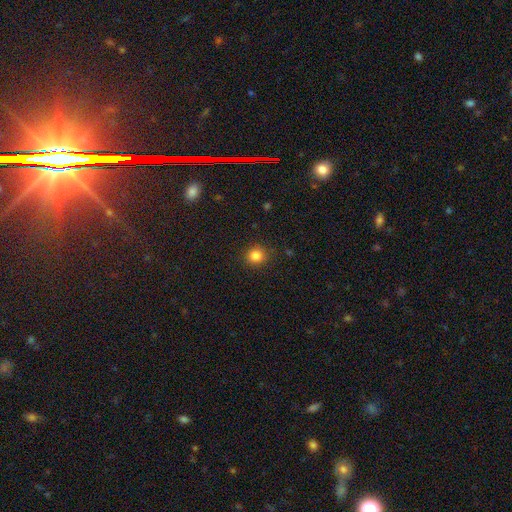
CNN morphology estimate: type=smooth (84%); roundness=round (87%); merging=none (89%).